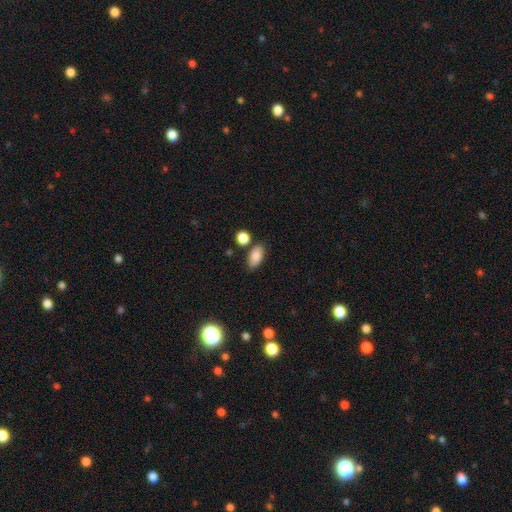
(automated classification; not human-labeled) This appears to be a smooth galaxy with no disk features (83%) that is in between round and cigar-shaped (91%). Merging: none (76%).